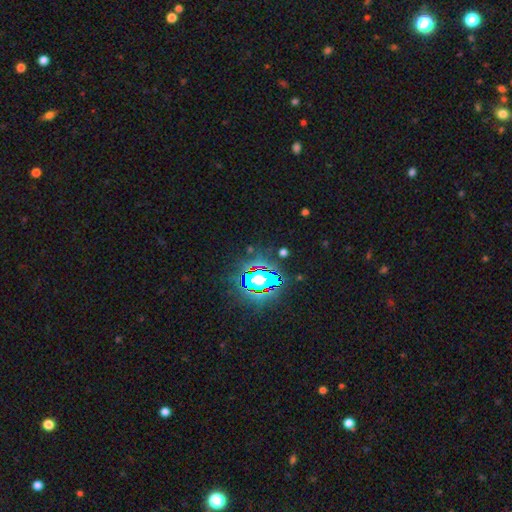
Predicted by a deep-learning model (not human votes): Smooth or featured? Predicted: star or artifact (p=0.83).